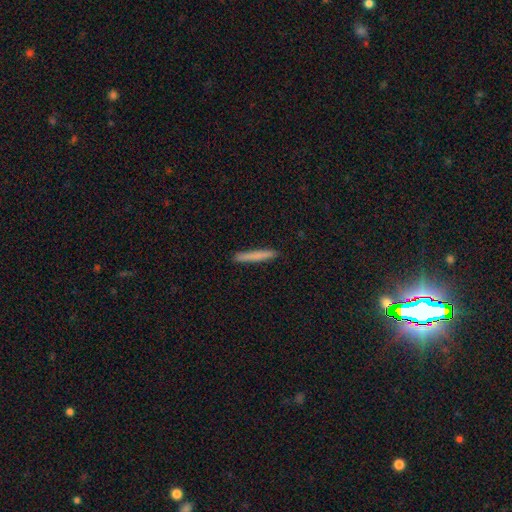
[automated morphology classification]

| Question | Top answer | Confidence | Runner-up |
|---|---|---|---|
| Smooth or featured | smooth | 78% | featured or disk (16%) |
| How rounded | cigar-shaped | 96% | in between (2%) |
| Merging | none | 91% | minor disturbance (6%) |